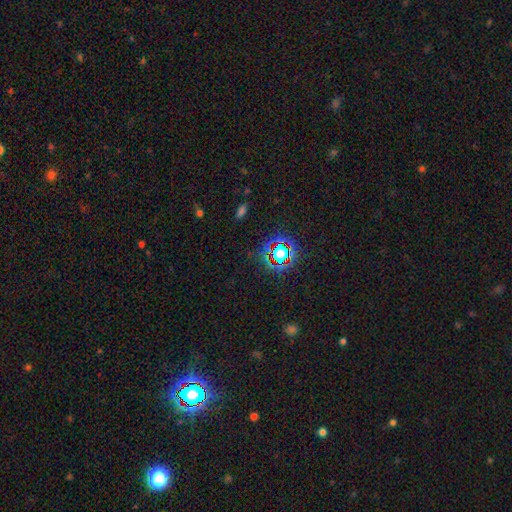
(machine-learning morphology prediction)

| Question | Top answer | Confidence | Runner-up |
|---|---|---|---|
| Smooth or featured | star or artifact | 78% | smooth (13%) |